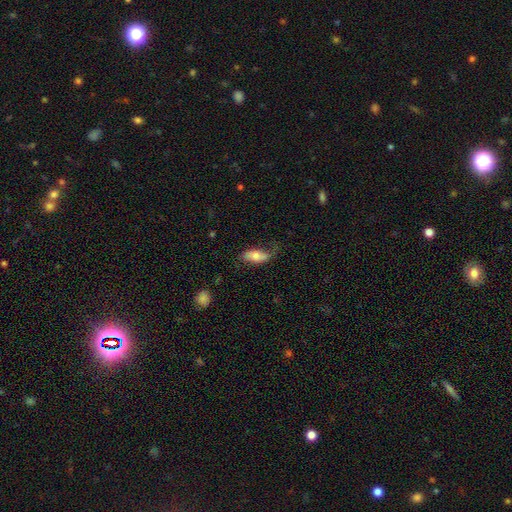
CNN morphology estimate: This appears to be a smooth galaxy with no disk features (61%) that is in between round and cigar-shaped (85%). Merging: none (51%).